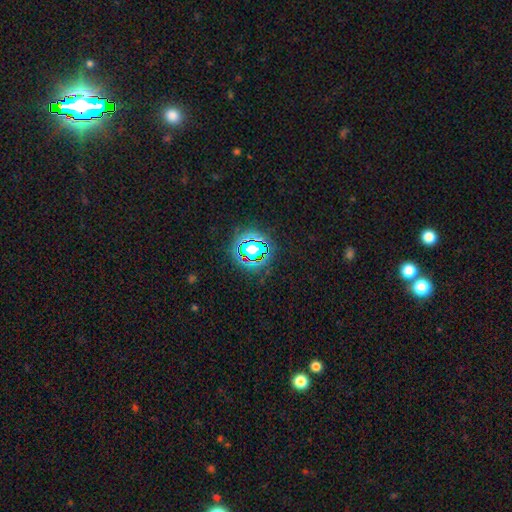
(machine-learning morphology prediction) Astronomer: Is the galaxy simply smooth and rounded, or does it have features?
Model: star or artifact — 74%.